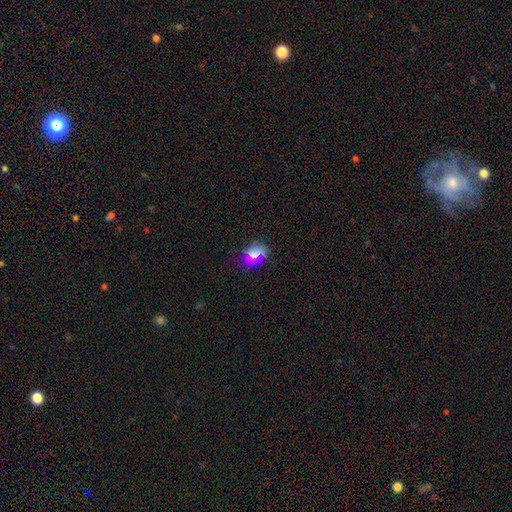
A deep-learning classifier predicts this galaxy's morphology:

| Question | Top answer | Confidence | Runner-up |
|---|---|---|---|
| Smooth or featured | smooth | 68% | star or artifact (22%) |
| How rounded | in between | 65% | round (32%) |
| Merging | none | 82% | minor disturbance (13%) |